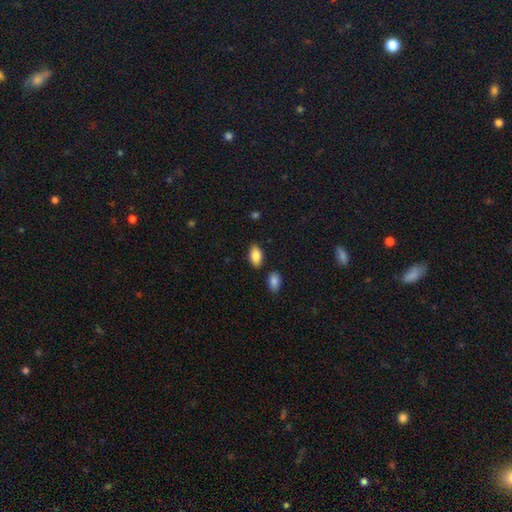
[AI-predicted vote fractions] This is clearly a smooth galaxy (86%). How rounded: clearly in between (93%). Merging: clearly none (83%).